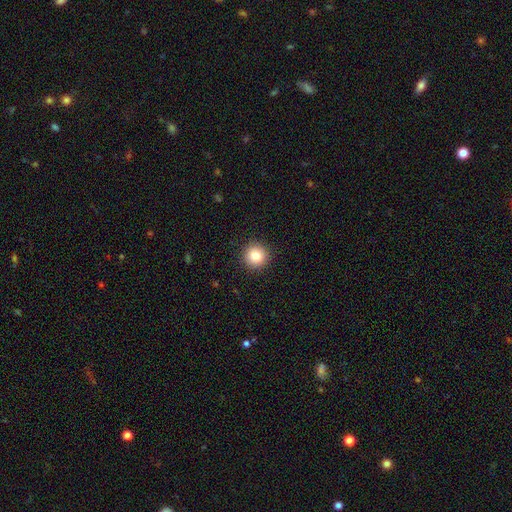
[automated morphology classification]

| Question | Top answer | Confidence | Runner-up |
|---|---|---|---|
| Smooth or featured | smooth | 83% | star or artifact (10%) |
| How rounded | round | 94% | in between (5%) |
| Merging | none | 92% | minor disturbance (5%) |